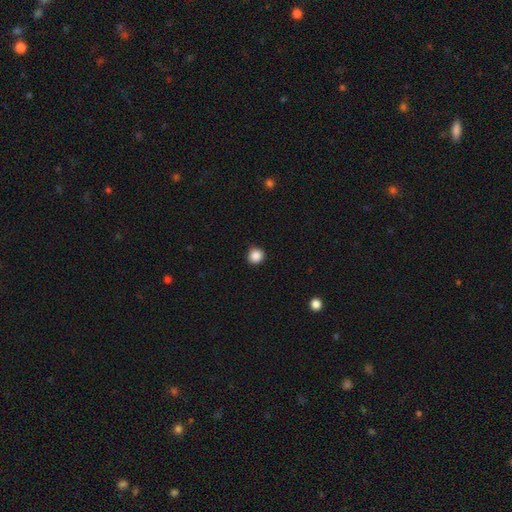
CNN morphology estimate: Q: Smooth or featured?
A: smooth (87%); runner-up: star or artifact (10%)
Q: How rounded?
A: round (91%); runner-up: in between (8%)
Q: Merging?
A: none (89%); runner-up: minor disturbance (8%)